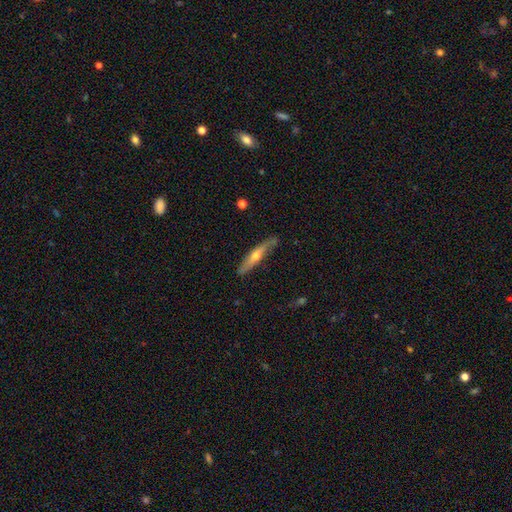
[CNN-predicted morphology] A featured or disk galaxy (54%) viewed edge-on (88%). Merging: none (81%).